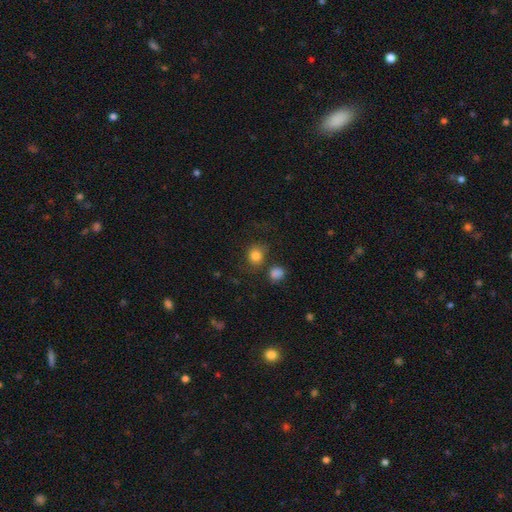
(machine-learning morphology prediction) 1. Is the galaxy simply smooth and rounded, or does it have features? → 82% smooth, 12% star or artifact, 7% featured or disk.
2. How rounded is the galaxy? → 76% round, 23% in between, 1% cigar-shaped.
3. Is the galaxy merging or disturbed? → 72% none, 13% minor disturbance, 10% merger, 5% major disturbance.